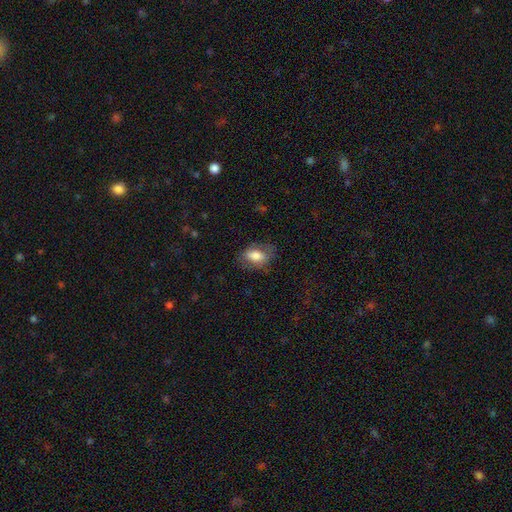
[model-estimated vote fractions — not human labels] Smooth or featured? Predicted: smooth (p=0.72). How rounded? Predicted: in between (p=0.86). Merging? Predicted: none (p=0.68).